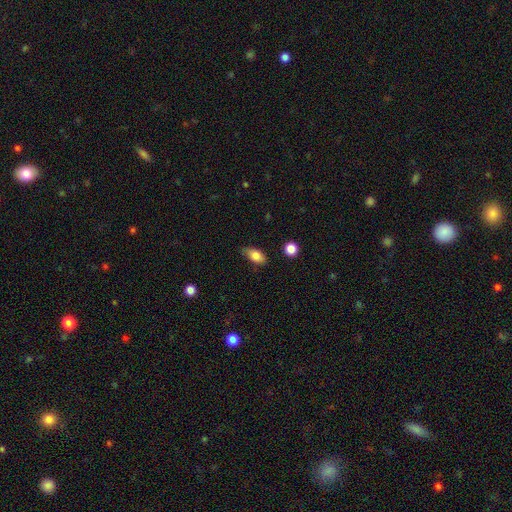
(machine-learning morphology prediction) smooth 82%, featured or disk 10%, star or artifact 8%. Down the decision tree: how rounded — in between (88%); merging — none (70%).